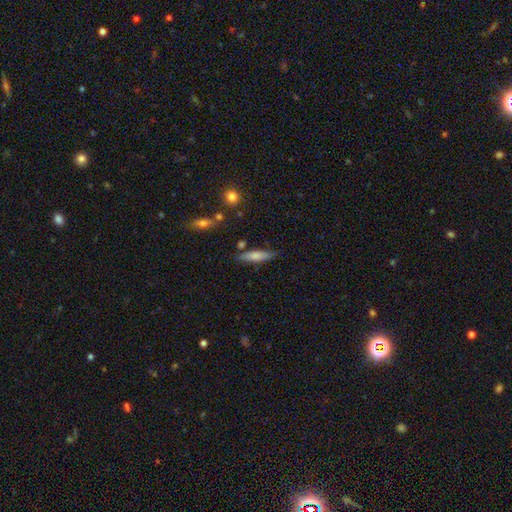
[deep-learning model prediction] This is likely a smooth galaxy (72%). How rounded: likely cigar-shaped (68%). Merging: likely none (76%).